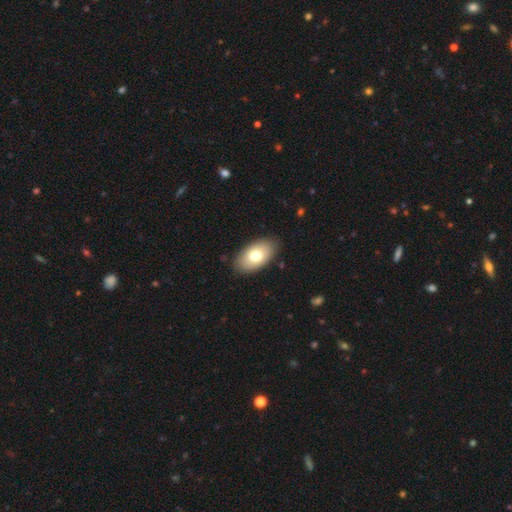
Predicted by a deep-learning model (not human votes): Q: Smooth or featured?
A: smooth (73%); runner-up: featured or disk (20%)
Q: How rounded?
A: in between (94%); runner-up: round (4%)
Q: Merging?
A: none (86%); runner-up: minor disturbance (10%)